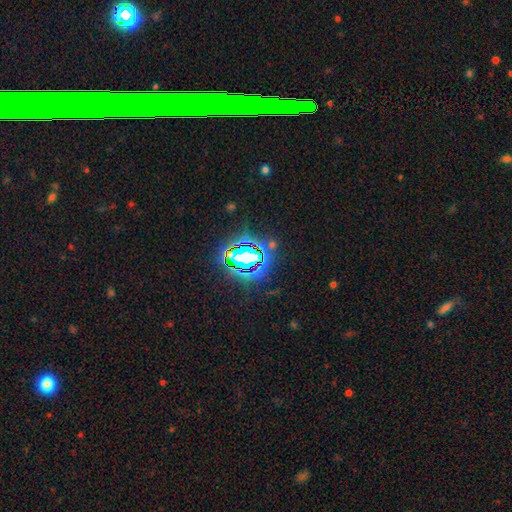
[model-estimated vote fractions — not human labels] star or artifact 75%, featured or disk 13%, smooth 12%.